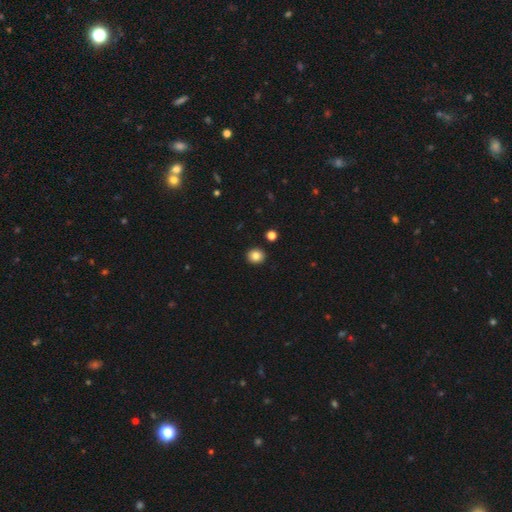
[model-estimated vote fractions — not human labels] This appears to be a smooth galaxy with no disk features (84%) that is round (79%). Merging: none (91%).